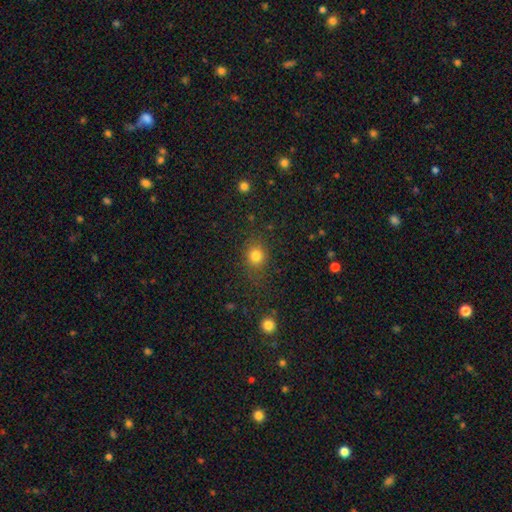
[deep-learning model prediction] This is clearly a smooth galaxy (81%). How rounded: likely round (73%). Merging: likely none (77%).